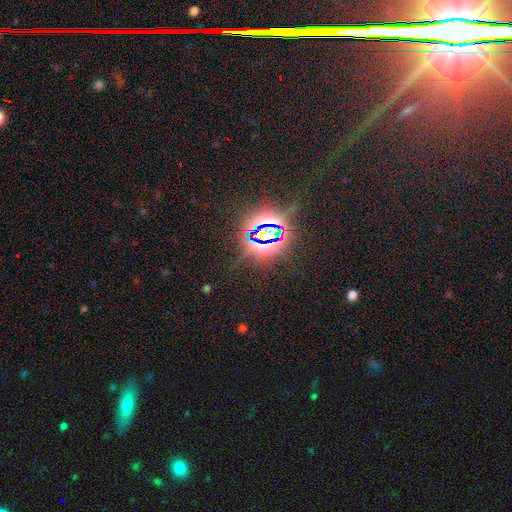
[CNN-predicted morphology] Q: Smooth or featured?
A: star or artifact (84%); runner-up: smooth (9%)